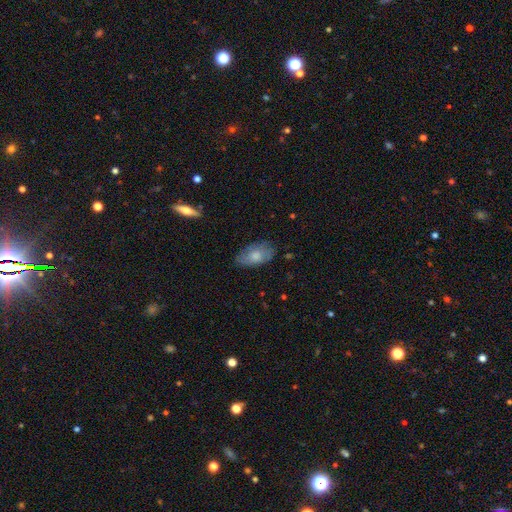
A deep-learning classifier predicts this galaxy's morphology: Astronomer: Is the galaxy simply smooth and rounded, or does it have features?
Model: smooth — 71%.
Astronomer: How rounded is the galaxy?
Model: in between — 92%.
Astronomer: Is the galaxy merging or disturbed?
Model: none — 69%.